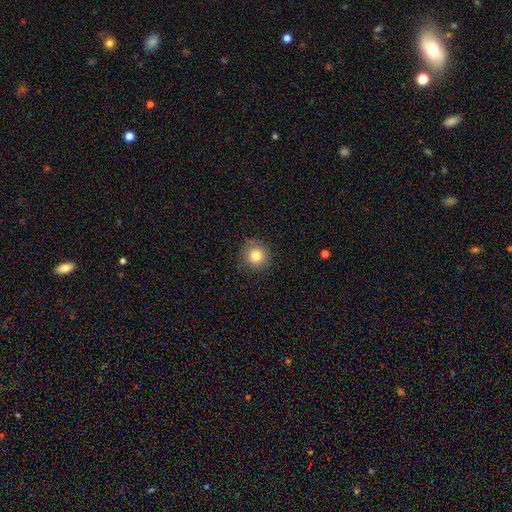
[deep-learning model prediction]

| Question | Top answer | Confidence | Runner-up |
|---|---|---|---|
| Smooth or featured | smooth | 82% | star or artifact (10%) |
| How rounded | round | 93% | in between (6%) |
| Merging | none | 84% | minor disturbance (12%) |